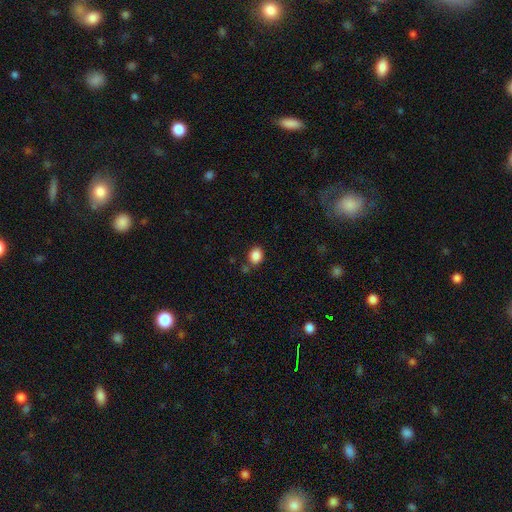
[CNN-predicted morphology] A smooth galaxy with no disk features (87%) that is in between round and cigar-shaped (55%). Merging: none (75%).